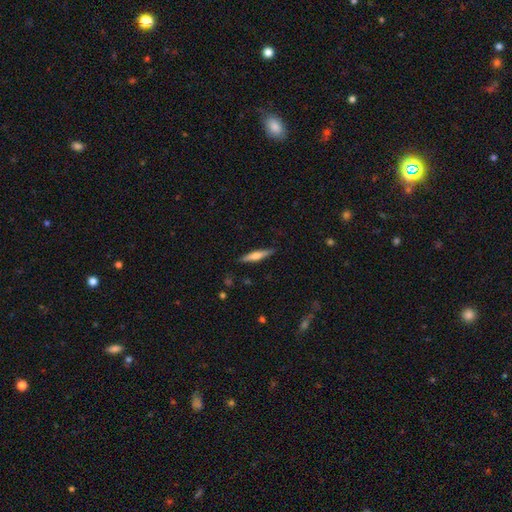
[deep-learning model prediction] Morphology: type=featured or disk (48%); merging=none (88%).